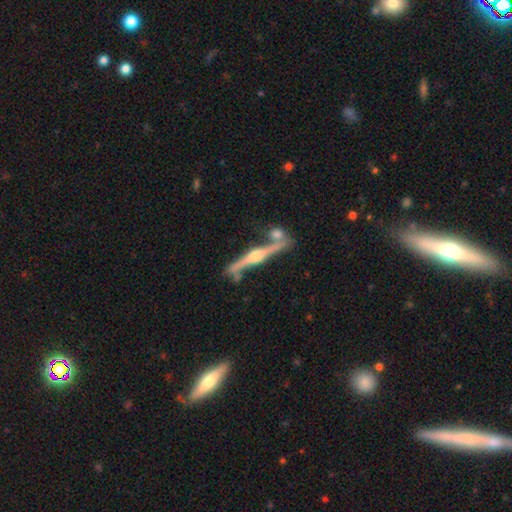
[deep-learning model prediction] Smooth or featured?
  - featured or disk: 85% *
  - smooth: 9%
  - star or artifact: 5%
Edge-on disk?
  - yes: 94% *
  - no: 6%
Edge-on bulge?
  - rounded: 91% *
  - boxy: 5%
  - none: 4%
Merging?
  - none: 68% *
  - minor disturbance: 15%
  - merger: 12%
  - major disturbance: 5%